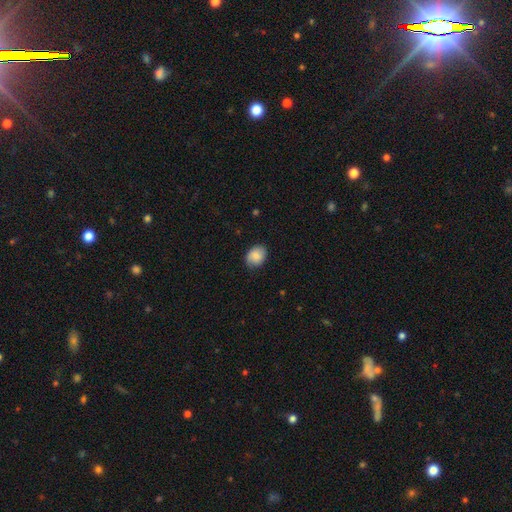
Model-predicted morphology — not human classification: Q: Smooth or featured?
A: smooth (83%); runner-up: featured or disk (10%)
Q: How rounded?
A: in between (60%); runner-up: round (39%)
Q: Merging?
A: none (80%); runner-up: minor disturbance (16%)